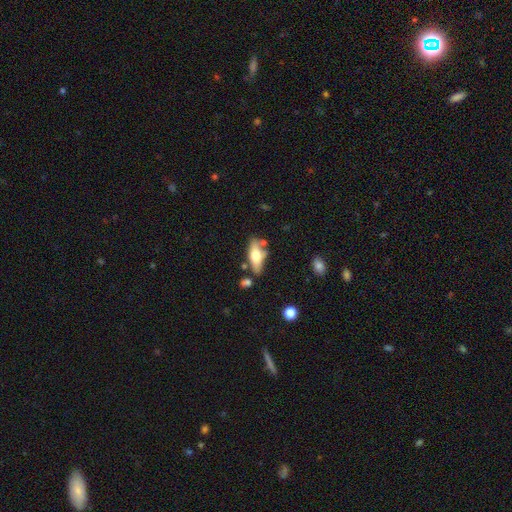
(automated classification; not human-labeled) A smooth galaxy with no disk features (57%) that is in between round and cigar-shaped (68%).

Vote fractions:
- Smooth or featured? smooth: 57% / featured or disk: 37% / star or artifact: 6%
- How rounded? in between: 68% / cigar-shaped: 30% / round: 3%
- Merging? none: 65% / minor disturbance: 18% / merger: 12% / major disturbance: 5%